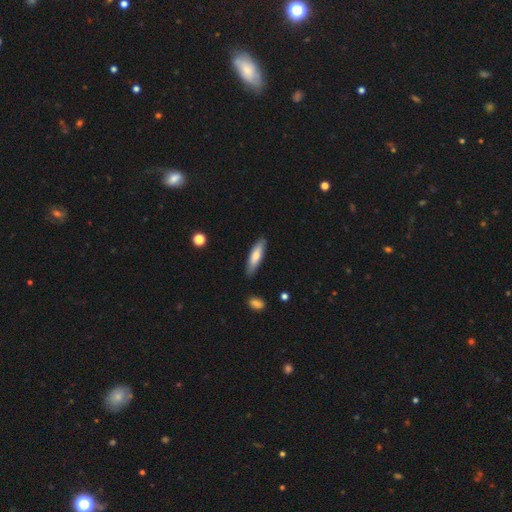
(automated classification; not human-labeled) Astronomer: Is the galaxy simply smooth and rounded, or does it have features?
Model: smooth — 69%.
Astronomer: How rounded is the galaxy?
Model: cigar-shaped — 67%.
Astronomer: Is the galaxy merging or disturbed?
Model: none — 85%.